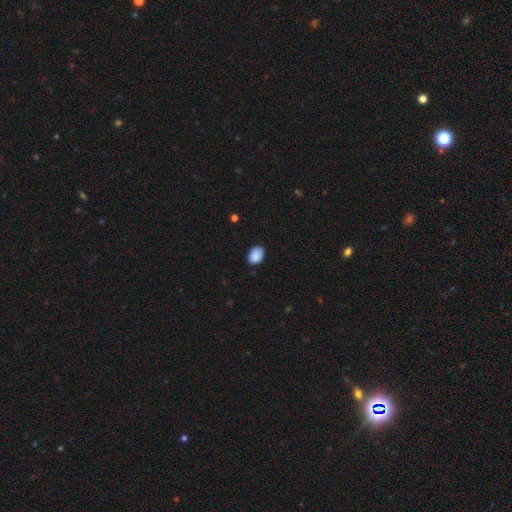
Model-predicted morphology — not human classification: type=smooth (88%); roundness=in between (73%); merging=none (76%).